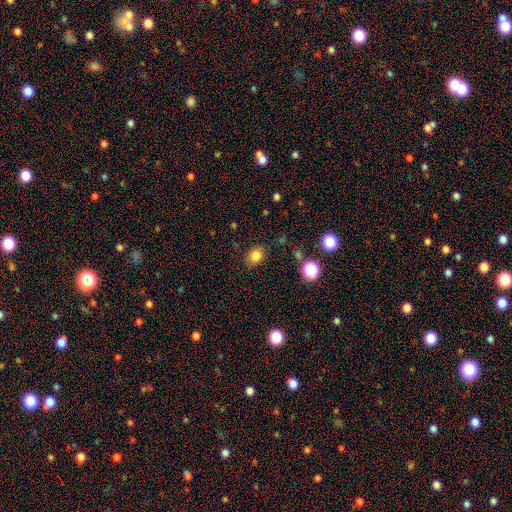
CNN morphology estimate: type=smooth (82%); roundness=round (53%); merging=none (83%).